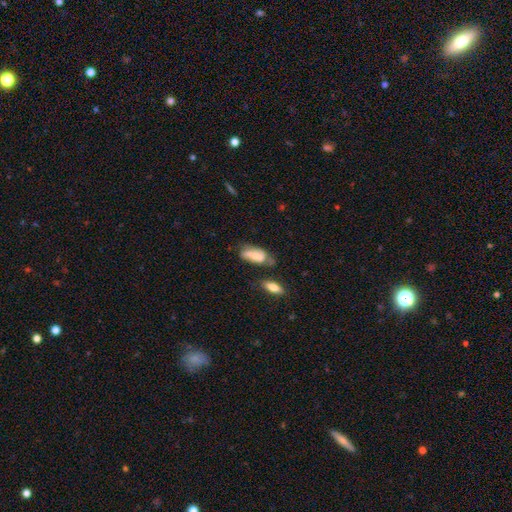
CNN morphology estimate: Q: Smooth or featured?
A: smooth (49%); runner-up: featured or disk (43%)
Q: Merging?
A: none (51%); runner-up: minor disturbance (28%)